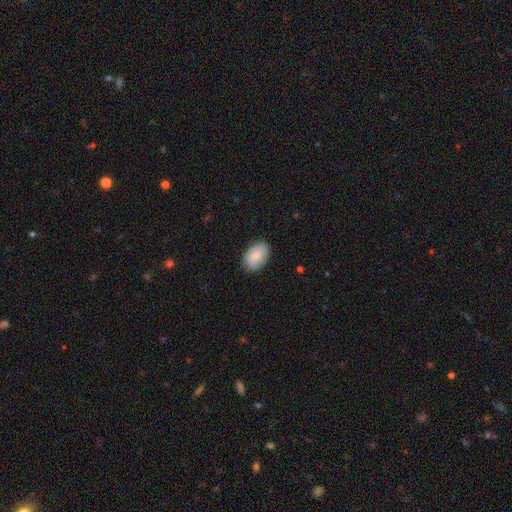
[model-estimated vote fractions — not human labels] A smooth galaxy with no disk features (79%) that is in between round and cigar-shaped (88%).

Vote fractions:
- Smooth or featured? smooth: 79% / featured or disk: 15% / star or artifact: 6%
- How rounded? in between: 88% / round: 11% / cigar-shaped: 1%
- Merging? none: 84% / minor disturbance: 12% / major disturbance: 2% / merger: 1%